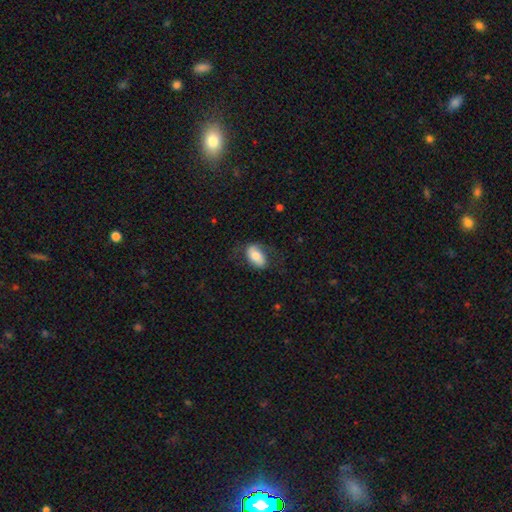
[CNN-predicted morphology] Overall: smooth (68%). How rounded: in between (92%). Merging: none (65%).